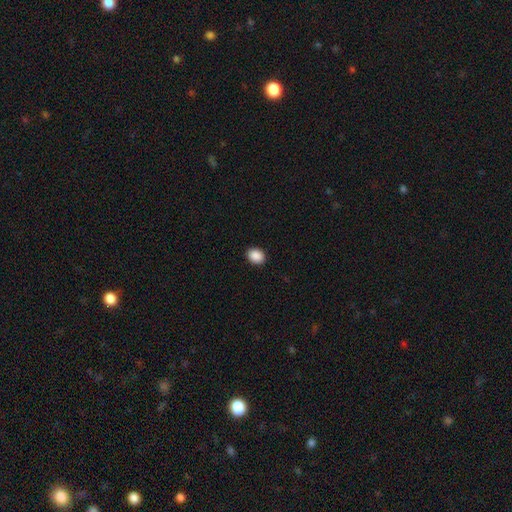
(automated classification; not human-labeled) The model was most divided on "how rounded": in between: 58%, round: 41%, cigar-shaped: 1%. More confident: merging — none (91%); smooth or featured — smooth (90%).